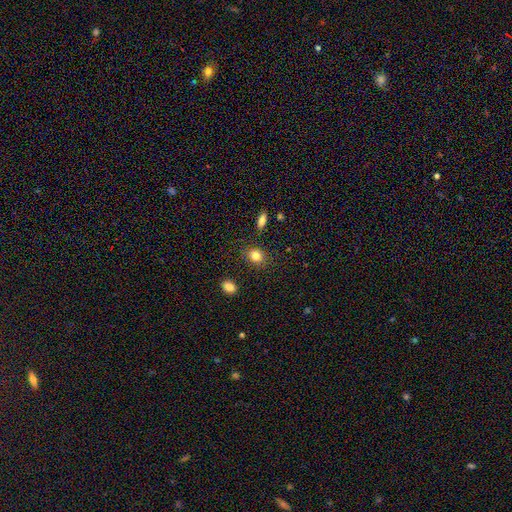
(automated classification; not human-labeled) A smooth galaxy with no disk features (83%) that is round (55%).

Vote fractions:
- Smooth or featured? smooth: 83% / star or artifact: 10% / featured or disk: 7%
- How rounded? round: 55% / in between: 44% / cigar-shaped: 1%
- Merging? none: 85% / minor disturbance: 10% / major disturbance: 3% / merger: 2%